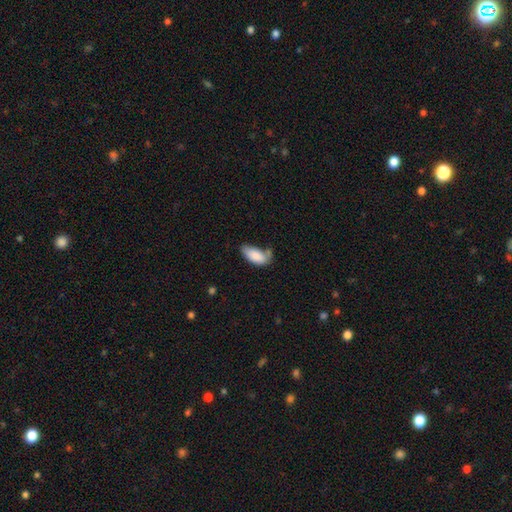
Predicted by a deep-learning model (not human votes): smooth 85%, featured or disk 8%, star or artifact 7%. Down the decision tree: how rounded — in between (90%); merging — none (45%).